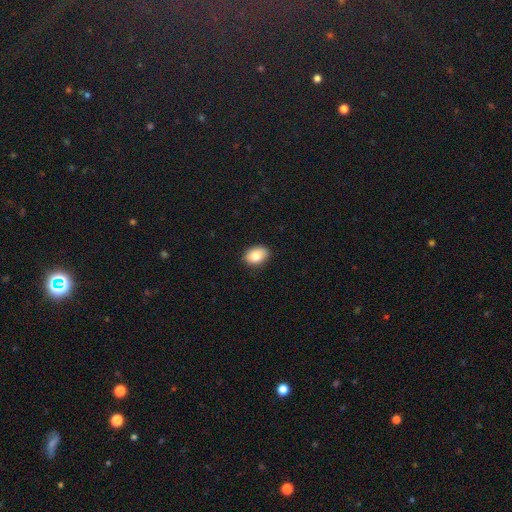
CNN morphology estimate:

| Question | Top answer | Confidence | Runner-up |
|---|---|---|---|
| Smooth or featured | smooth | 84% | star or artifact (8%) |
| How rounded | in between | 80% | round (19%) |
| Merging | none | 86% | minor disturbance (11%) |